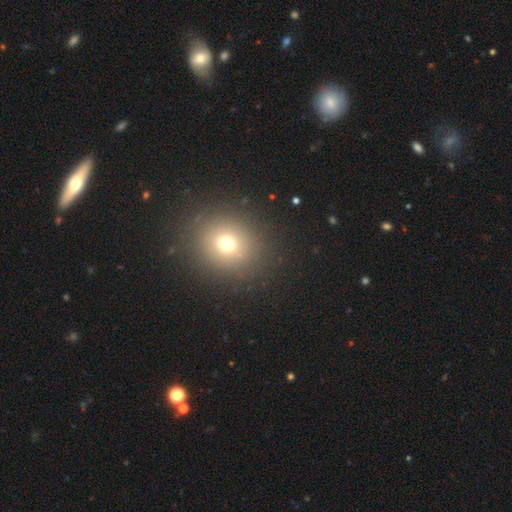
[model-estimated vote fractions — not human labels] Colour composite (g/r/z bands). It shows a smooth galaxy with no disk features (62%) that is round (72%). Merging: none (90%).